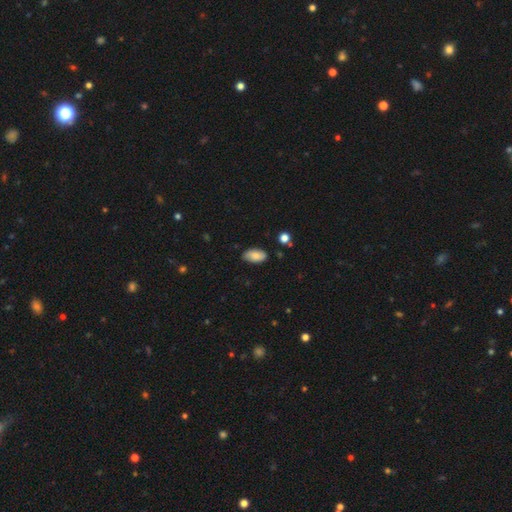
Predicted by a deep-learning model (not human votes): The model was most divided on "merging": none: 81%, minor disturbance: 15%, major disturbance: 2%, merger: 2%. More confident: how rounded — in between (94%); smooth or featured — smooth (81%).